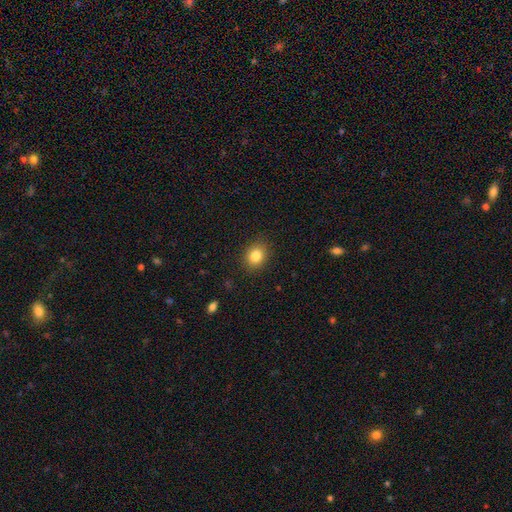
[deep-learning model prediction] Smooth or featured: smooth — 84% (star or artifact — 10%)
How rounded: round — 61% (in between — 39%)
Merging: none — 88% (minor disturbance — 9%)